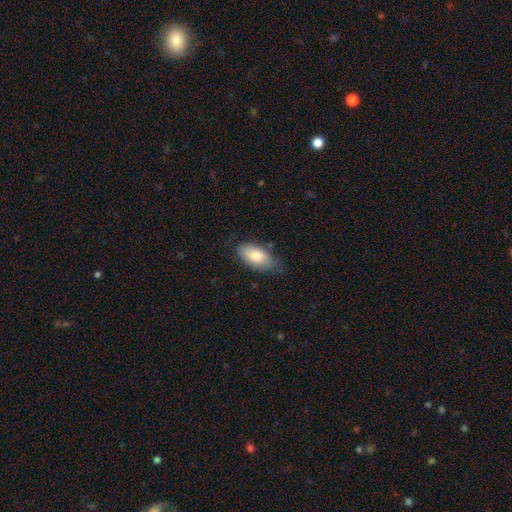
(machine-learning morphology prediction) A smooth galaxy with no disk features (83%) that is in between round and cigar-shaped (93%).

Vote fractions:
- Smooth or featured? smooth: 83% / featured or disk: 11% / star or artifact: 6%
- How rounded? in between: 93% / cigar-shaped: 5% / round: 3%
- Merging? none: 68% / minor disturbance: 25% / major disturbance: 5% / merger: 1%